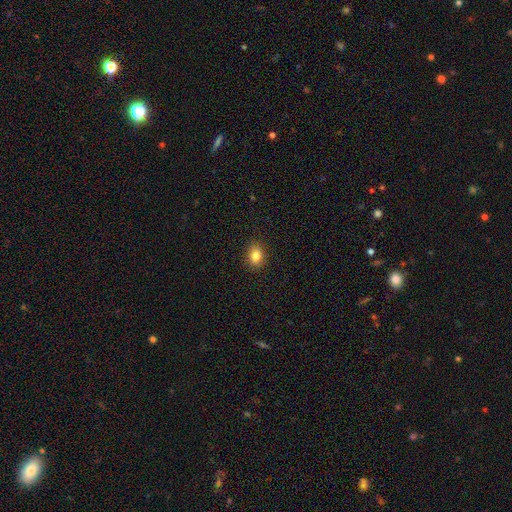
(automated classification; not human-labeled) This is clearly a smooth galaxy (84%). How rounded: possibly in between (60%). Merging: clearly none (88%).